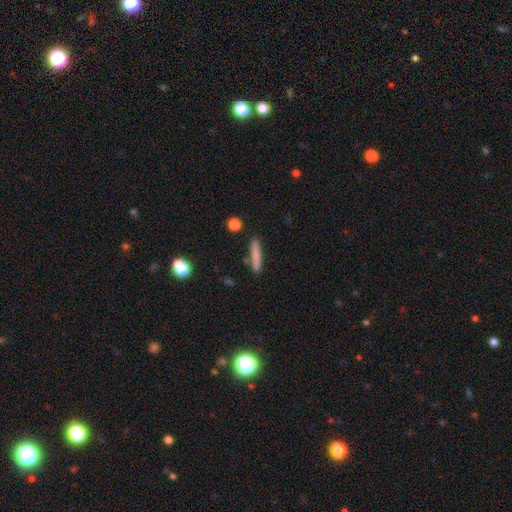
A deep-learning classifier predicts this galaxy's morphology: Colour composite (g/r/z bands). It shows a smooth galaxy with no disk features (78%) that is cigar-shaped (92%). Merging: none (85%).